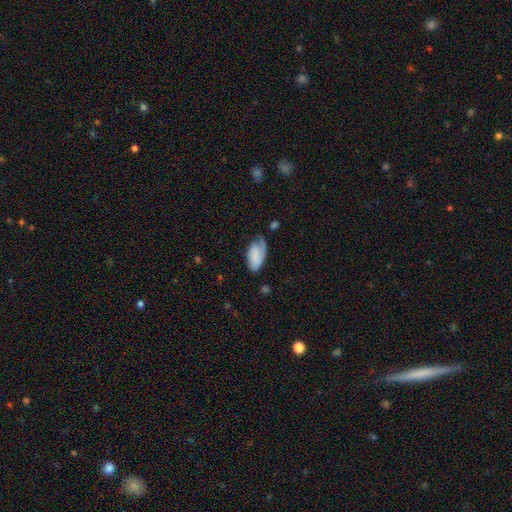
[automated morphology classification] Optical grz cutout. It shows a smooth galaxy with no disk features (58%) that is in between round and cigar-shaped (93%). Merging: none (44%).